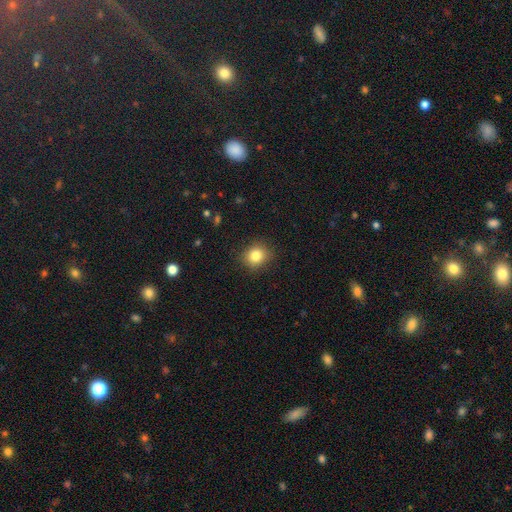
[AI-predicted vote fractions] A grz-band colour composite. It shows a smooth galaxy with no disk features (82%) that is round (76%). Merging: none (88%).